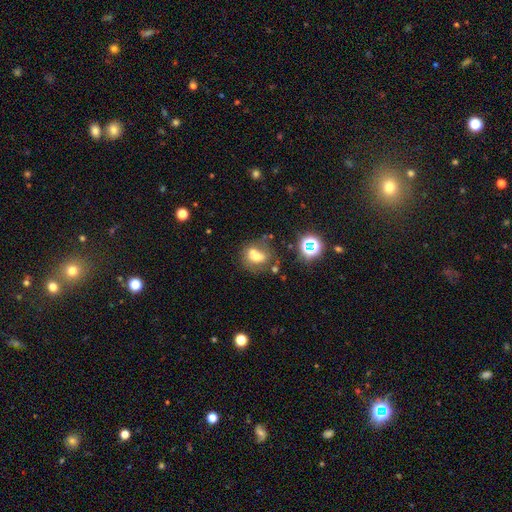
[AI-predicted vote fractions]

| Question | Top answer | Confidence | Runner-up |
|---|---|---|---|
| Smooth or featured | smooth | 58% | featured or disk (25%) |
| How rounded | in between | 50% | round (48%) |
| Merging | merger | 43% | none (35%) |